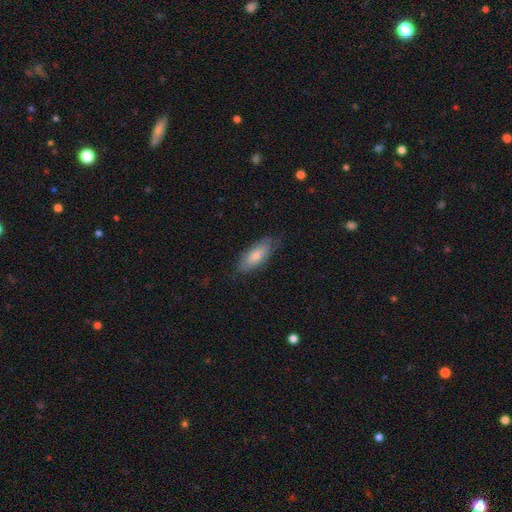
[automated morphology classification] type=smooth (74%); roundness=in between (73%); merging=none (76%).